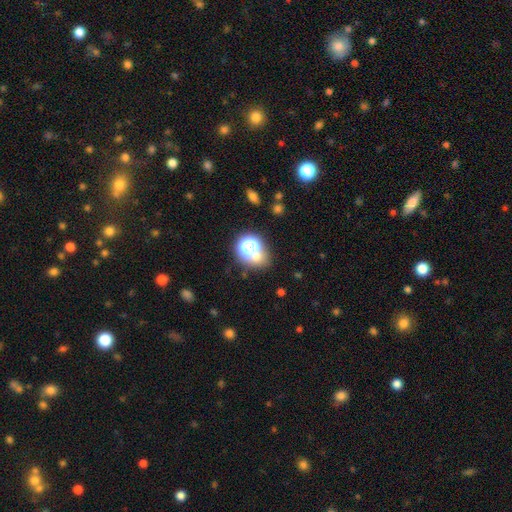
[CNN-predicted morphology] smooth 53%, star or artifact 34%, featured or disk 13%. Down the decision tree: how rounded — round (70%); merging — none (57%).